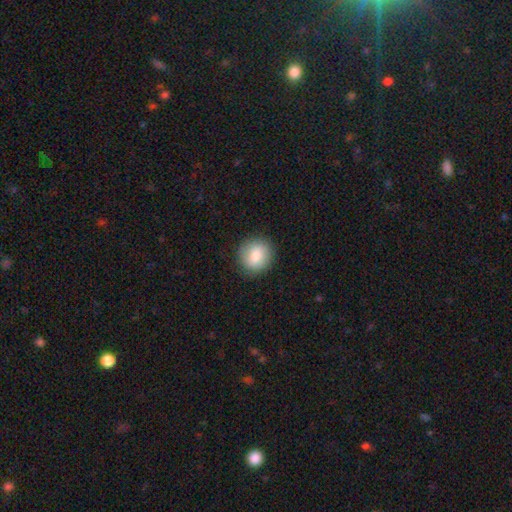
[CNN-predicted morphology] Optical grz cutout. It shows a smooth galaxy with no disk features (83%) that is round (84%). Merging: none (88%).